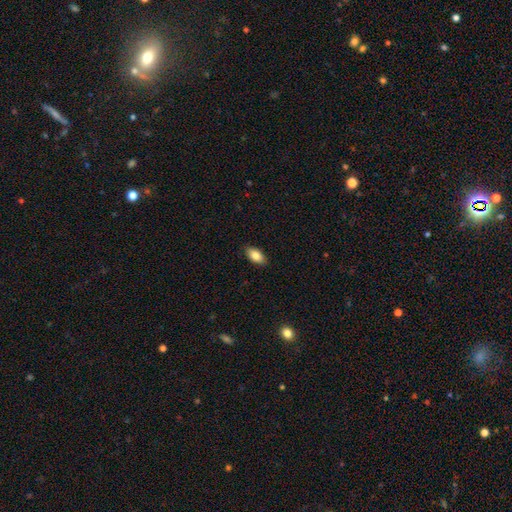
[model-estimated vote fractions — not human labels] This appears to be a smooth galaxy with no disk features (84%) that is in between round and cigar-shaped (91%). Merging: none (88%).